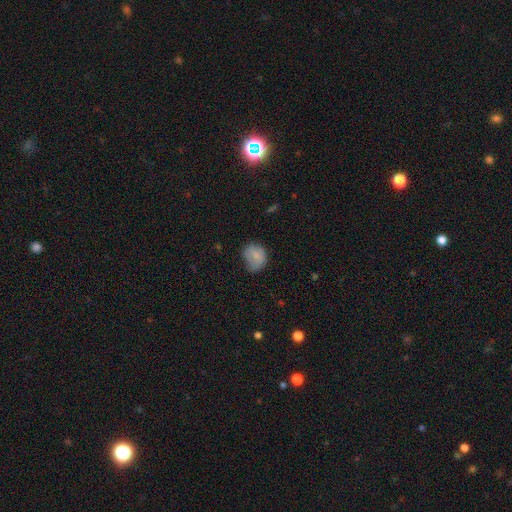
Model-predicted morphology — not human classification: type=smooth (74%); roundness=round (57%); merging=none (47%).